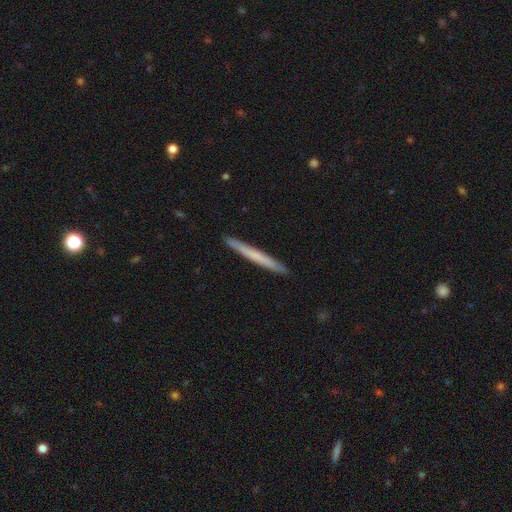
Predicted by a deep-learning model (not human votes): Smooth or featured? smooth (59%)
How rounded? cigar-shaped (97%)
Merging? none (93%)